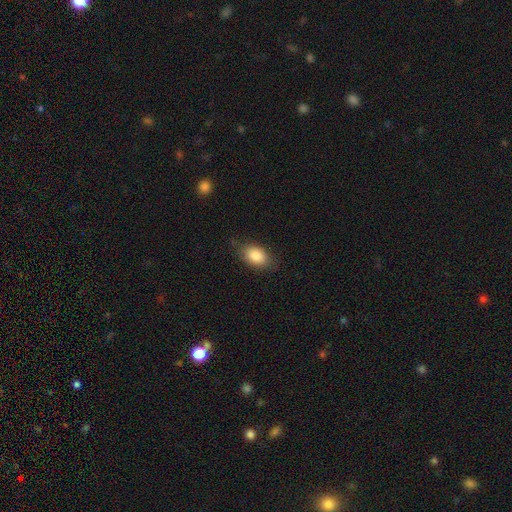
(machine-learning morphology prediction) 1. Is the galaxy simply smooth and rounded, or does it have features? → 86% smooth, 7% star or artifact, 6% featured or disk.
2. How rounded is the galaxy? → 88% in between, 10% round, 2% cigar-shaped.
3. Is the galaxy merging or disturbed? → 78% none, 17% minor disturbance, 4% major disturbance, 1% merger.